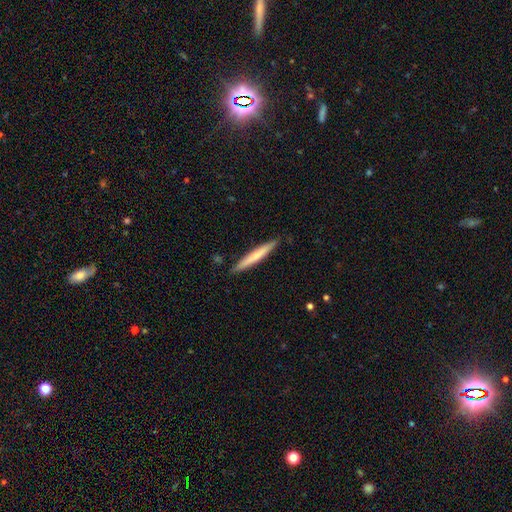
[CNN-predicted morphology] smooth_or_featured: smooth (p=0.62) [alt: featured or disk p=0.33]
how_rounded: cigar-shaped (p=0.96) [alt: in between p=0.03]
merging: none (p=0.89) [alt: minor disturbance p=0.08]